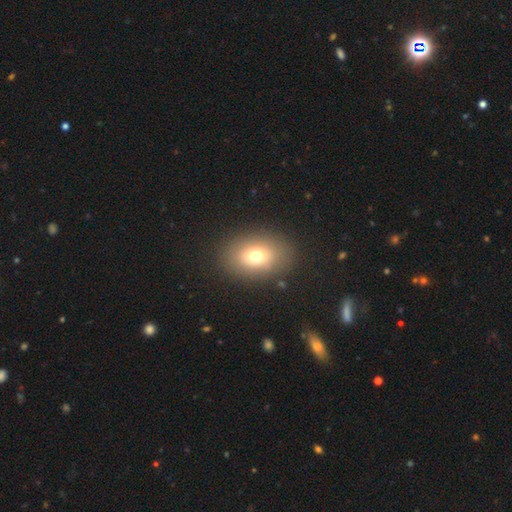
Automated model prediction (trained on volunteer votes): Smooth or featured?
  - smooth: 73% *
  - featured or disk: 14%
  - star or artifact: 13%
How rounded?
  - in between: 68% *
  - round: 31%
  - cigar-shaped: 1%
Merging?
  - none: 86% *
  - minor disturbance: 9%
  - major disturbance: 4%
  - merger: 1%